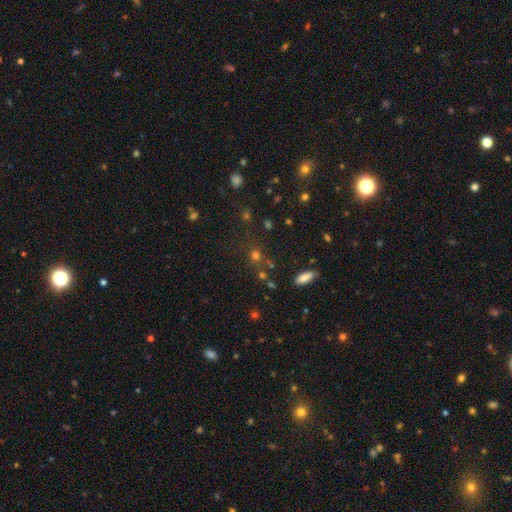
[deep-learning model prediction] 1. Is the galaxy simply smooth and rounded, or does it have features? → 60% smooth, 31% star or artifact, 9% featured or disk.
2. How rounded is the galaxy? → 82% round, 16% in between, 2% cigar-shaped.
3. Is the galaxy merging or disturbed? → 73% none, 11% minor disturbance, 10% merger, 5% major disturbance.